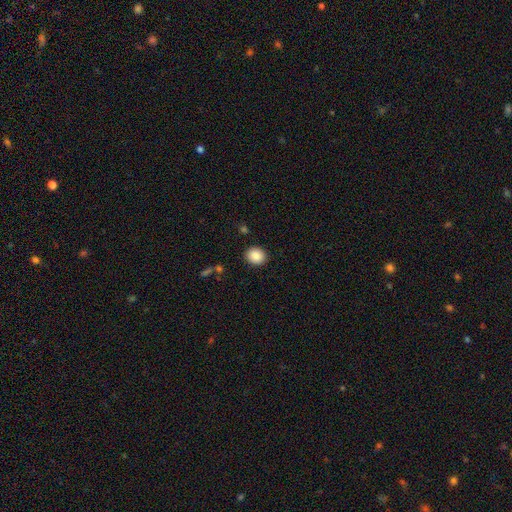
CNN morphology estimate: Smooth or featured? smooth (87%)
How rounded? round (72%)
Merging? none (90%)